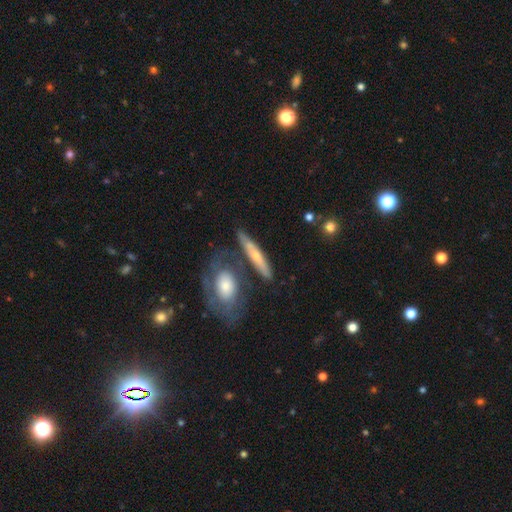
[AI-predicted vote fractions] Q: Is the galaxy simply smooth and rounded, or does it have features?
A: smooth — 48%.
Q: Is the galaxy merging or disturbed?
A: none — 63%.